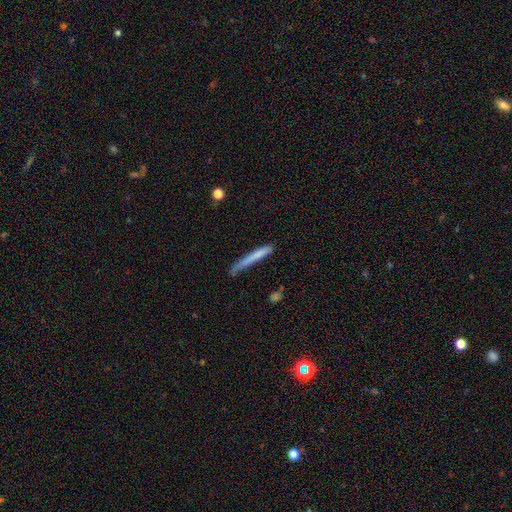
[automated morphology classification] Q: Smooth or featured?
A: smooth (68%); runner-up: featured or disk (26%)
Q: How rounded?
A: cigar-shaped (96%); runner-up: in between (2%)
Q: Merging?
A: none (66%); runner-up: minor disturbance (24%)